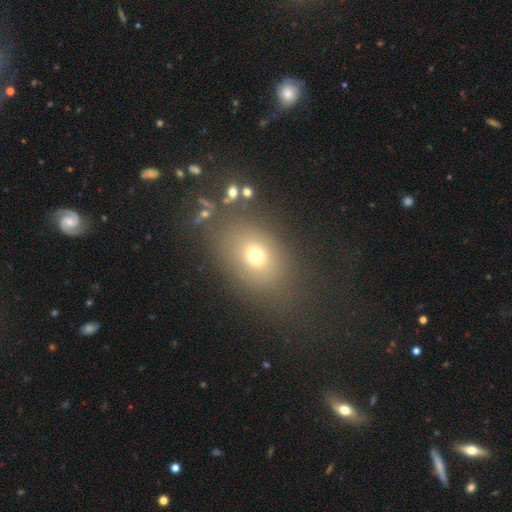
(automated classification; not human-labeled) A smooth galaxy with no disk features (68%) that is in between round and cigar-shaped (64%).

Vote fractions:
- Smooth or featured? smooth: 68% / star or artifact: 17% / featured or disk: 14%
- How rounded? in between: 64% / round: 34% / cigar-shaped: 2%
- Merging? none: 74% / minor disturbance: 13% / major disturbance: 8% / merger: 4%